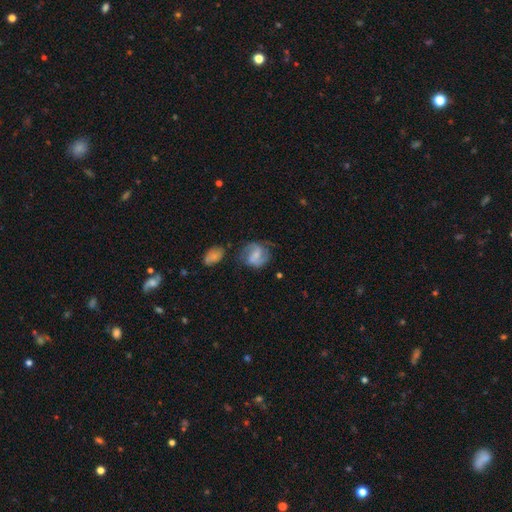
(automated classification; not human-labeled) The model was most divided on "spiral winding": medium: 46%, loose: 33%, tight: 21%. Remaining: edge-on disk — no (97%); spiral arms — yes (86%); spiral arm count — 2 (83%); merging — none (63%); smooth or featured — featured or disk (61%); bar — weak (48%); bulge size — small (43%).